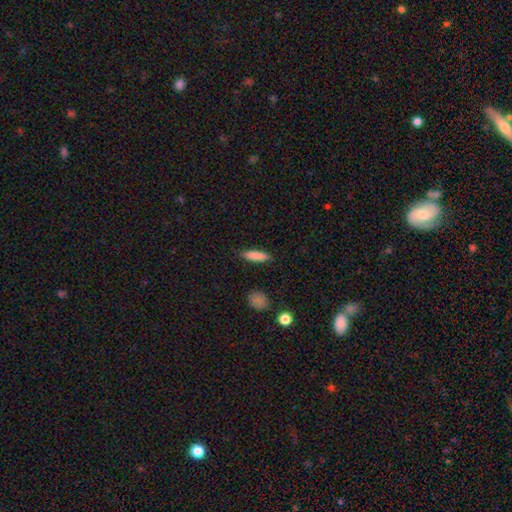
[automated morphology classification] Smooth or featured? Predicted: smooth (p=0.85). How rounded? Predicted: cigar-shaped (p=0.71). Merging? Predicted: none (p=0.88).